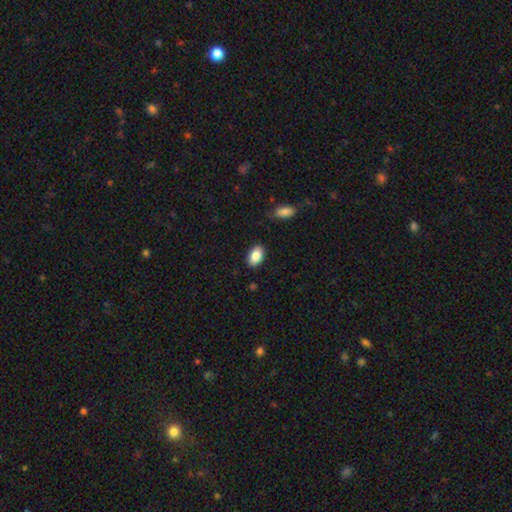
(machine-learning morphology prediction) Smooth or featured? Predicted: smooth (p=0.87). How rounded? Predicted: in between (p=0.93). Merging? Predicted: none (p=0.86).